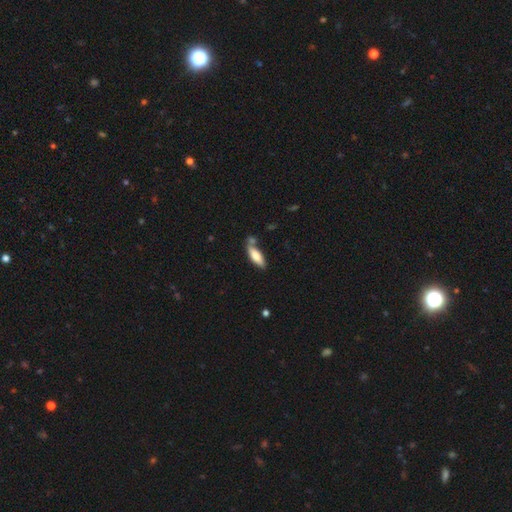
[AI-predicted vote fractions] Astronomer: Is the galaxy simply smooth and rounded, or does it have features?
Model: smooth — 72%.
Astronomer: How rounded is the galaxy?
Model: in between — 54% (runner-up: cigar-shaped, 44%).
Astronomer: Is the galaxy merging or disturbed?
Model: none — 62%.